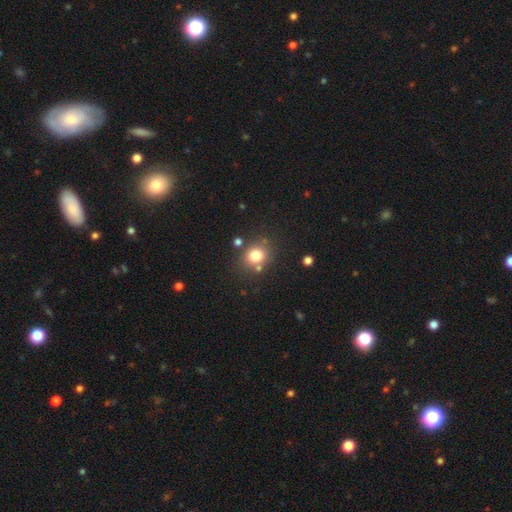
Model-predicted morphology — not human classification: type=smooth (78%); roundness=round (74%); merging=none (74%).